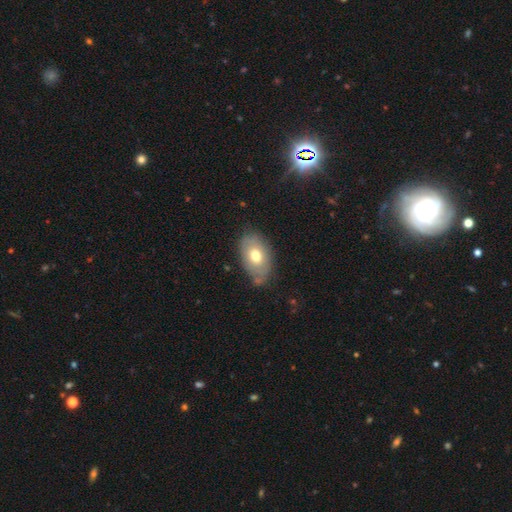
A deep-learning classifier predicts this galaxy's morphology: smooth-or-featured: smooth: 61% | featured or disk: 32% | star or artifact: 7%
  how-rounded: in between: 90% | round: 8% | cigar-shaped: 1%
  merging: none: 69% | minor disturbance: 23% | major disturbance: 5% | merger: 3%